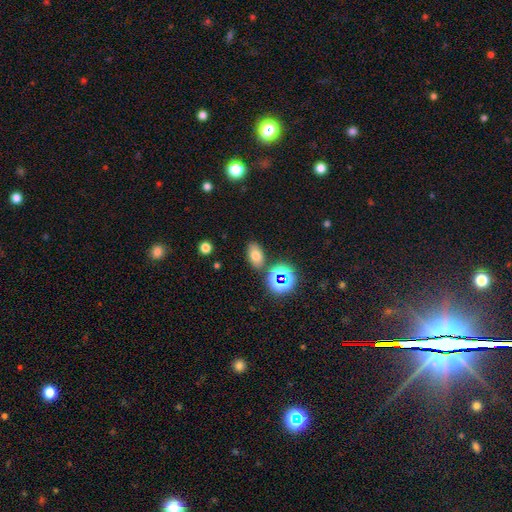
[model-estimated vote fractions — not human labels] The model was most divided on "smooth or featured": smooth: 69%, star or artifact: 19%, featured or disk: 11%. More confident: how rounded — in between (84%); merging — none (80%).